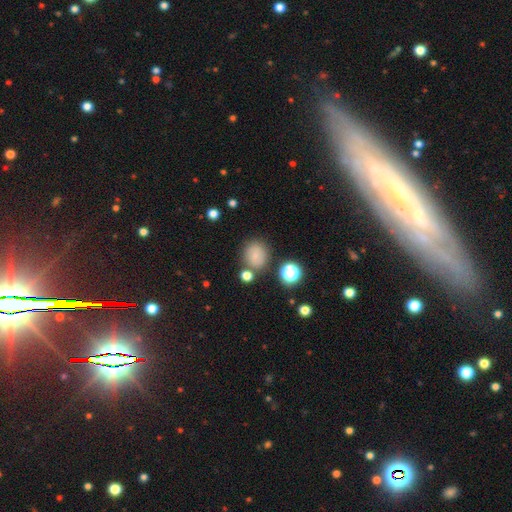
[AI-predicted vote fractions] Morphology: type=smooth (76%); roundness=round (72%); merging=none (75%).